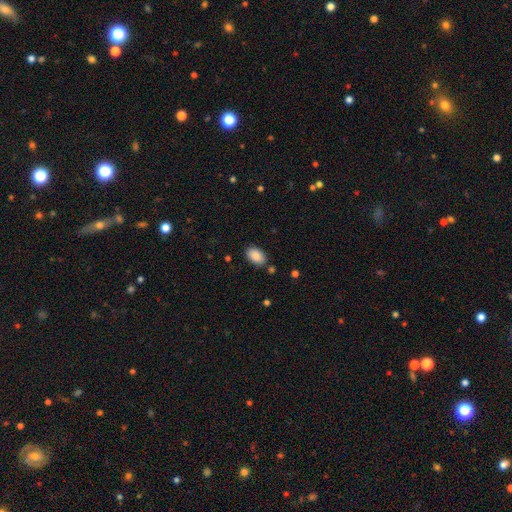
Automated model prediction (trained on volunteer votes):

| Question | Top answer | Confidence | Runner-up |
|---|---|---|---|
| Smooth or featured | smooth | 89% | star or artifact (7%) |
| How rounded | in between | 92% | round (7%) |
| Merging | none | 83% | minor disturbance (11%) |